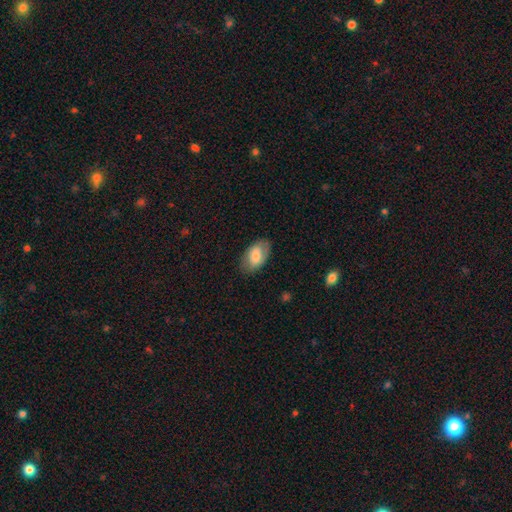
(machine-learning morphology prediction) The model was most divided on "smooth or featured": smooth: 73%, featured or disk: 21%, star or artifact: 6%. More confident: how rounded — in between (94%); merging — none (81%).